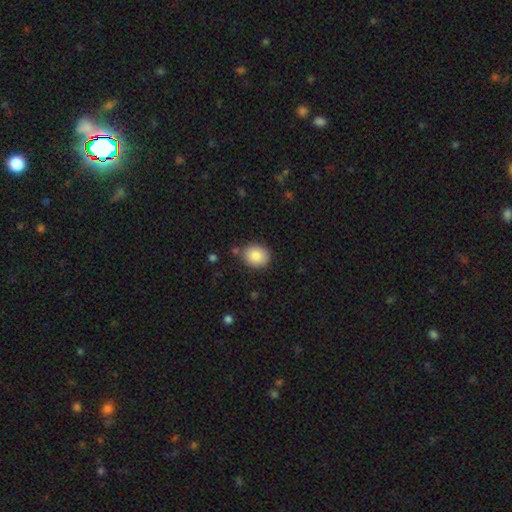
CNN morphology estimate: type=smooth (85%); roundness=round (68%); merging=none (81%).